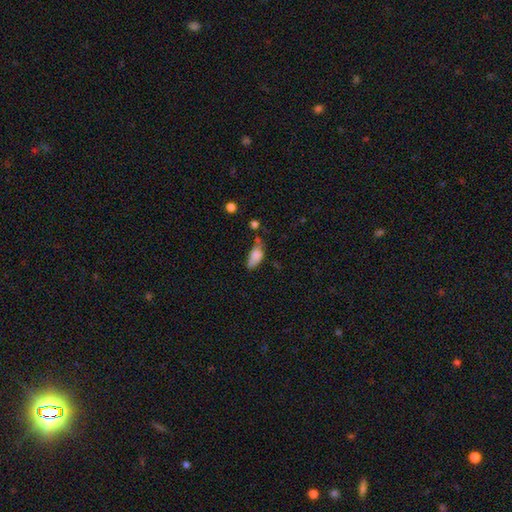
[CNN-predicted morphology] type=smooth (79%); roundness=in between (86%); merging=none (38%).